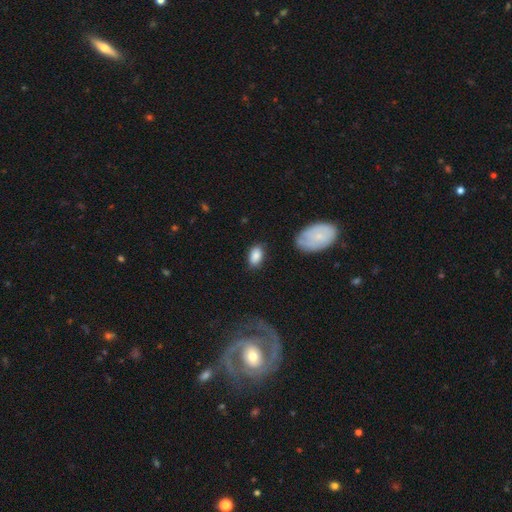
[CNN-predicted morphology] A smooth galaxy with no disk features (85%) that is in between round and cigar-shaped (91%). Merging: none (77%).